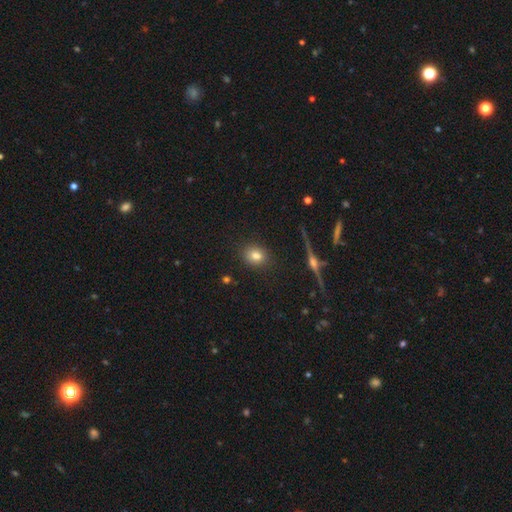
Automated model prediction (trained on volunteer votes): Smooth or featured: smooth — 78% (star or artifact — 11%)
How rounded: round — 63% (in between — 35%)
Merging: none — 88% (minor disturbance — 8%)